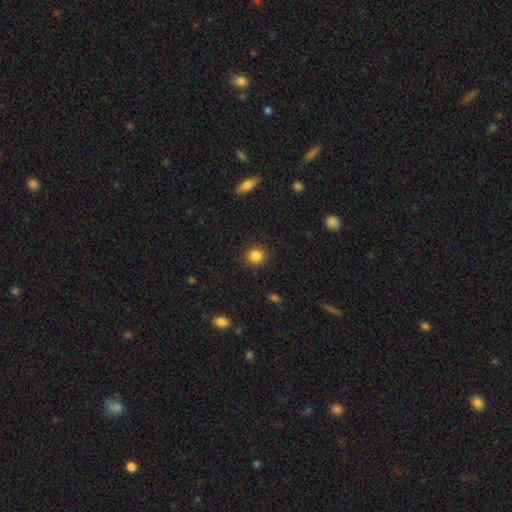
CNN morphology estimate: smooth_or_featured: smooth (p=0.85) [alt: star or artifact p=0.10]
how_rounded: round (p=0.86) [alt: in between p=0.13]
merging: none (p=0.90) [alt: minor disturbance p=0.06]